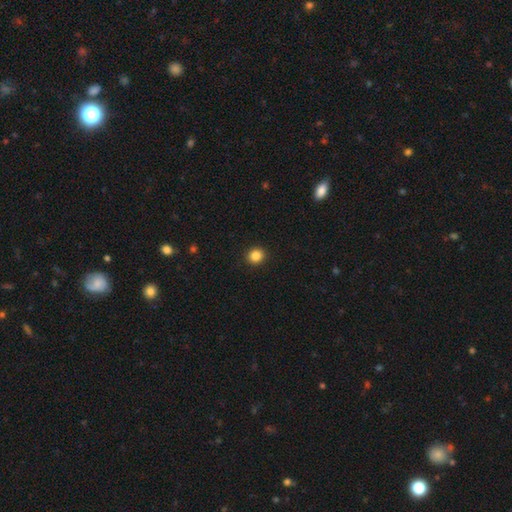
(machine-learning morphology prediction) This appears to be a smooth galaxy with no disk features (86%) that is round (83%). Merging: none (92%).